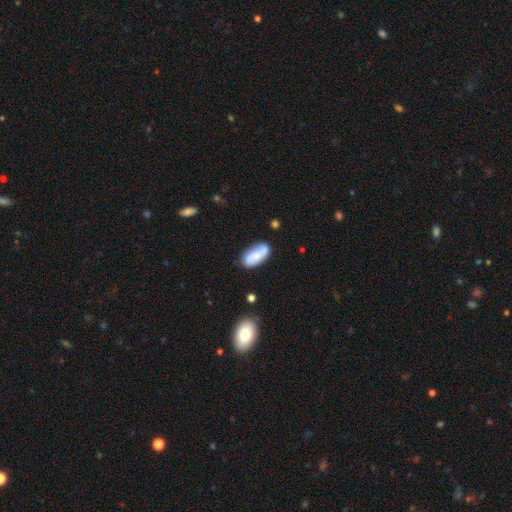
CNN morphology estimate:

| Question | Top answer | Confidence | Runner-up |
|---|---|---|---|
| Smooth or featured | featured or disk | 47% | smooth (46%) |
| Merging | none | 64% | minor disturbance (22%) |